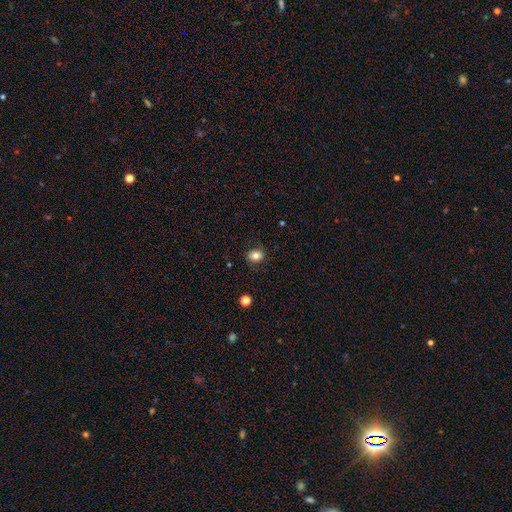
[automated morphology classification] smooth 79%, featured or disk 11%, star or artifact 11%. Down the decision tree: how rounded — in between (53%); merging — none (81%).